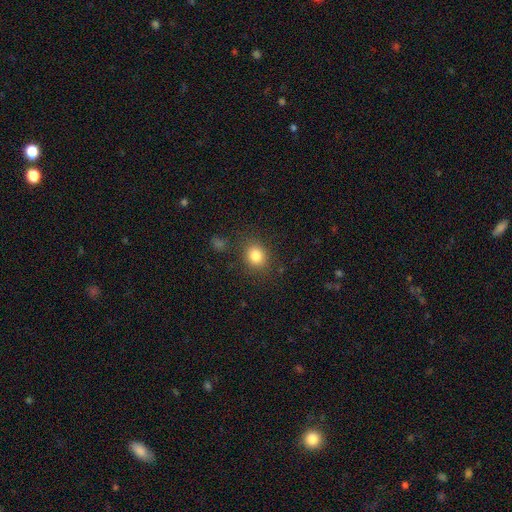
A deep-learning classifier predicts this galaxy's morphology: Smooth or featured?
  - smooth: 82% *
  - star or artifact: 11%
  - featured or disk: 7%
How rounded?
  - round: 63% *
  - in between: 36%
  - cigar-shaped: 1%
Merging?
  - none: 82% *
  - minor disturbance: 11%
  - major disturbance: 4%
  - merger: 3%